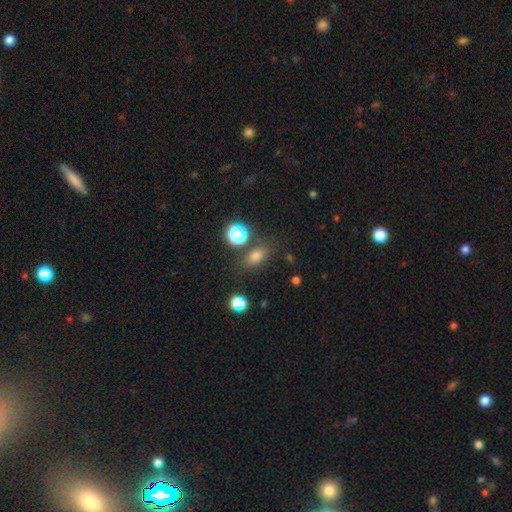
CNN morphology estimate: Q: Smooth or featured?
A: smooth (74%); runner-up: star or artifact (16%)
Q: How rounded?
A: in between (72%); runner-up: round (23%)
Q: Merging?
A: none (75%); runner-up: minor disturbance (13%)